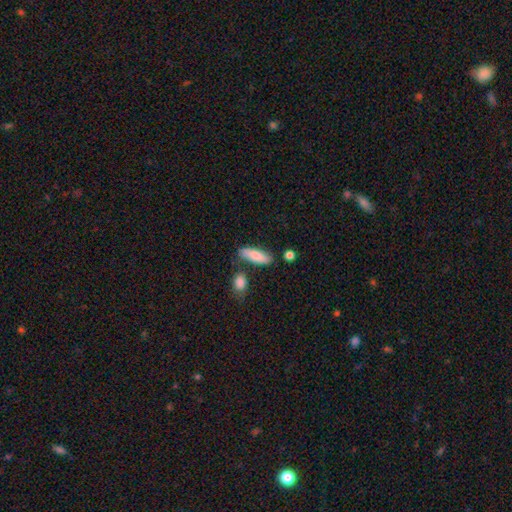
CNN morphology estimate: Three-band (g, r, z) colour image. It shows a smooth galaxy with no disk features (84%) that is in between round and cigar-shaped (59%). Merging: none (73%).